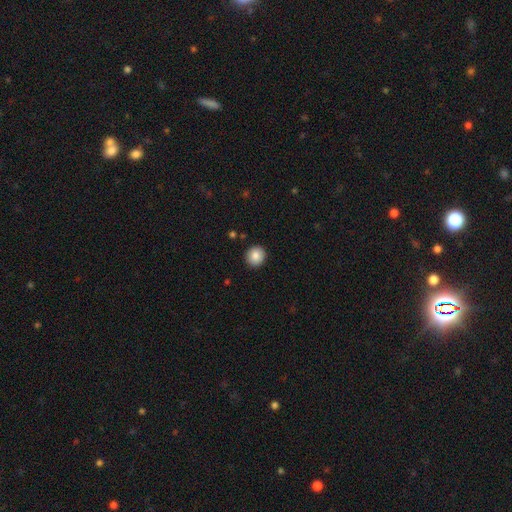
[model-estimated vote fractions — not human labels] Smooth or featured: smooth — 86% (star or artifact — 8%)
How rounded: round — 92% (in between — 7%)
Merging: none — 92% (minor disturbance — 5%)